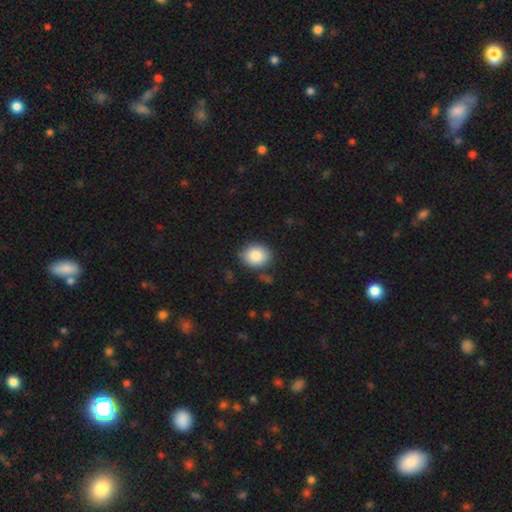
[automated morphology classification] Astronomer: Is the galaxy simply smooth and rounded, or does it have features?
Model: smooth — 88%.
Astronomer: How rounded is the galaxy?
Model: round — 55% (runner-up: in between, 44%).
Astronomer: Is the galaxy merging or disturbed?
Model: none — 82%.